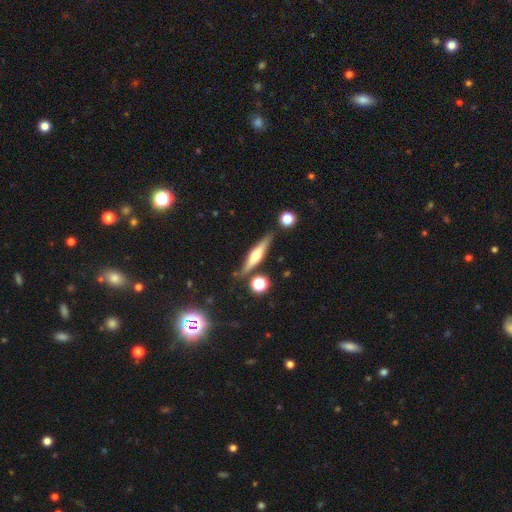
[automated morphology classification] smooth_or_featured: featured or disk (p=0.61) [alt: smooth p=0.31]
disk_edge_on: yes (p=0.95) [alt: no p=0.05]
edge_on_bulge: rounded (p=0.85) [alt: boxy p=0.09]
merging: none (p=0.79) [alt: minor disturbance p=0.12]